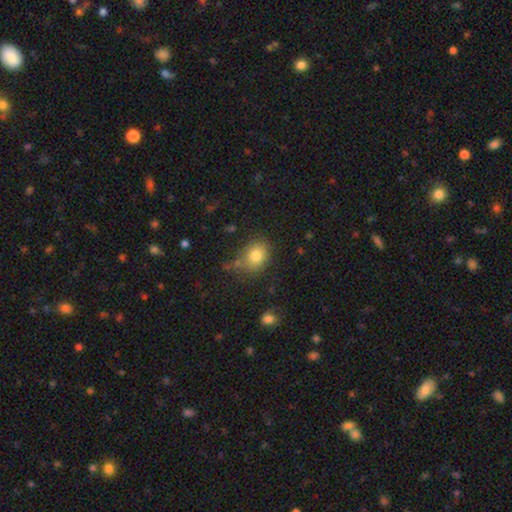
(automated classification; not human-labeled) The model was most divided on "how rounded": round: 56%, in between: 43%, cigar-shaped: 1%. More confident: smooth or featured — smooth (80%); merging — none (72%).